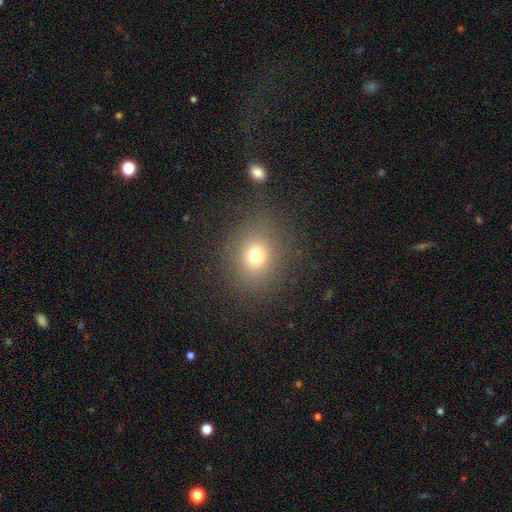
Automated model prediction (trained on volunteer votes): Smooth or featured?
  - smooth: 72% *
  - star or artifact: 17%
  - featured or disk: 11%
How rounded?
  - round: 72% *
  - in between: 27%
  - cigar-shaped: 1%
Merging?
  - none: 82% *
  - minor disturbance: 10%
  - major disturbance: 6%
  - merger: 2%